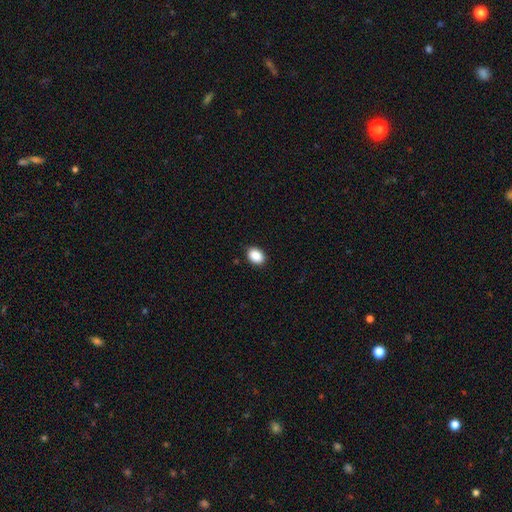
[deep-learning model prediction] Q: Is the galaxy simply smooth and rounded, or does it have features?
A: smooth — 90%.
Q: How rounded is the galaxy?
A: in between — 75%.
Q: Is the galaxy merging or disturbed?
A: none — 88%.